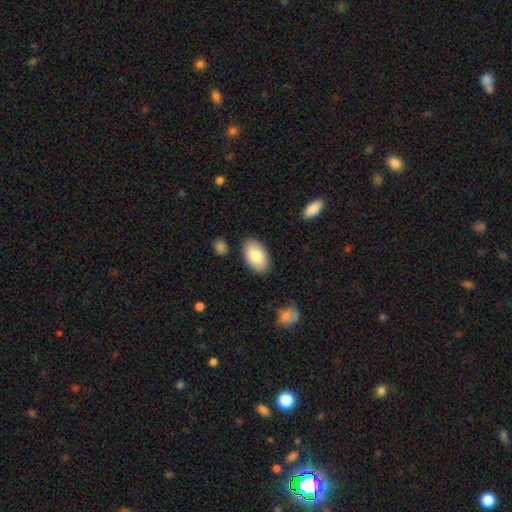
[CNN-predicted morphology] Overall: smooth (84%). How rounded: in between (95%). Merging: none (86%).